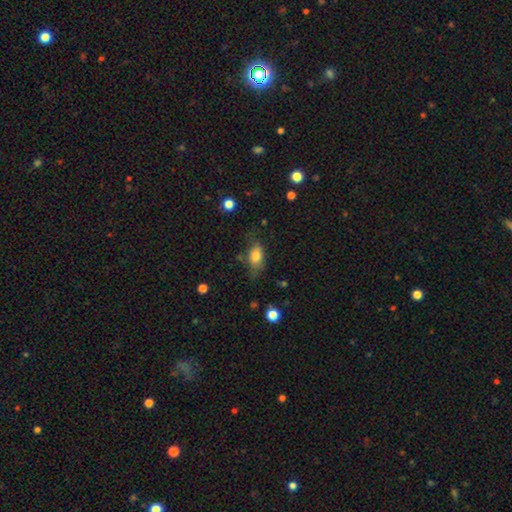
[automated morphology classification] smooth-or-featured: smooth: 79% | featured or disk: 12% | star or artifact: 9%
  how-rounded: in between: 86% | round: 8% | cigar-shaped: 5%
  merging: none: 59% | minor disturbance: 28% | major disturbance: 11% | merger: 3%